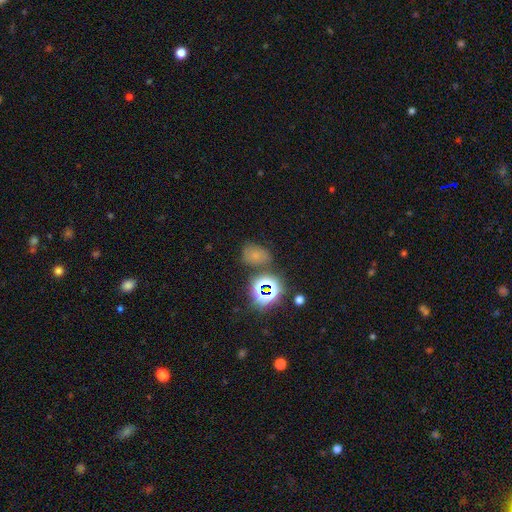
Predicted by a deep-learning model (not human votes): The model was most divided on "smooth or featured": smooth: 54%, star or artifact: 33%, featured or disk: 14%. More confident: merging — none (63%); how rounded — in between (62%).